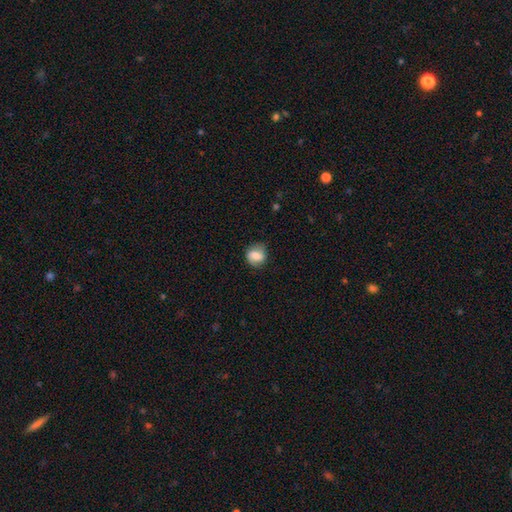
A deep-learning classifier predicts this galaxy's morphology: Q: Smooth or featured?
A: smooth (63%); runner-up: featured or disk (28%)
Q: How rounded?
A: round (65%); runner-up: in between (33%)
Q: Merging?
A: none (73%); runner-up: minor disturbance (19%)